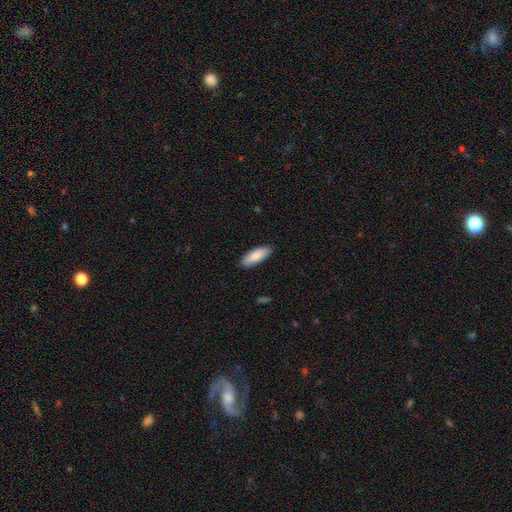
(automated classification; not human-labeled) Smooth or featured? Predicted: smooth (p=0.86). How rounded? Predicted: in between (p=0.67). Merging? Predicted: none (p=0.89).